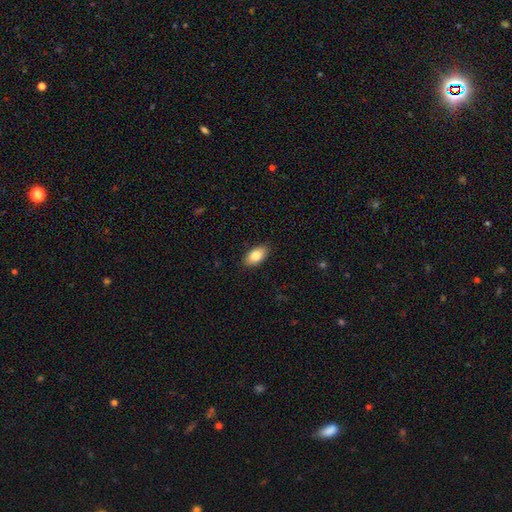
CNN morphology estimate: smooth_or_featured: smooth (p=0.83) [alt: featured or disk p=0.10]
how_rounded: in between (p=0.93) [alt: round p=0.04]
merging: none (p=0.88) [alt: minor disturbance p=0.09]